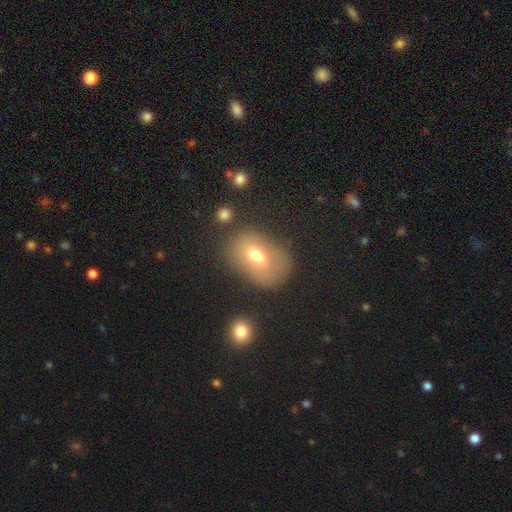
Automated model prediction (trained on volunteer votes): Q: Smooth or featured?
A: smooth (63%); runner-up: featured or disk (26%)
Q: How rounded?
A: in between (81%); runner-up: round (18%)
Q: Merging?
A: none (47%); runner-up: minor disturbance (22%)